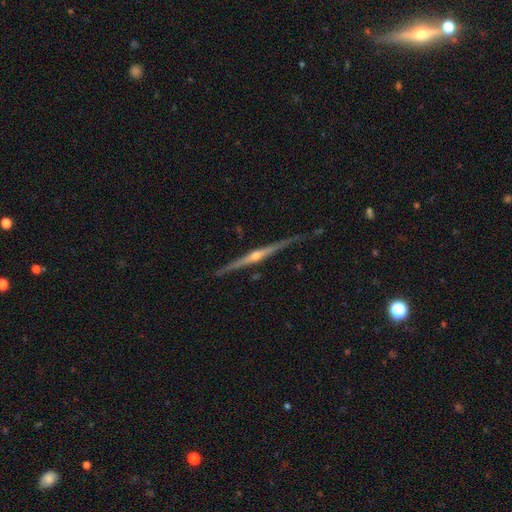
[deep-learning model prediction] This is clearly a featured or disk galaxy (88%). It is clearly viewed edge-on (99%). Edge-on bulge: clearly rounded (89%). Merging: clearly none (86%).